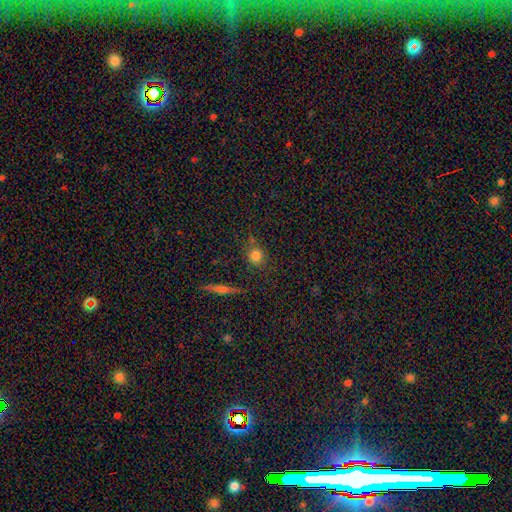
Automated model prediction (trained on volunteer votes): Morphology: type=smooth (76%); roundness=round (87%); merging=none (75%).